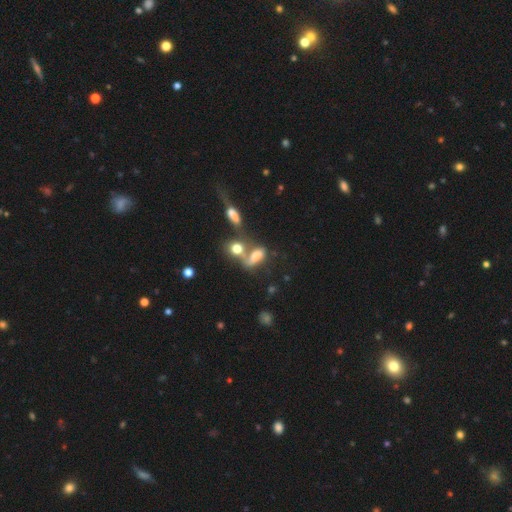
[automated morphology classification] Smooth or featured? smooth (61%)
How rounded? in between (72%)
Merging? merger (53%)